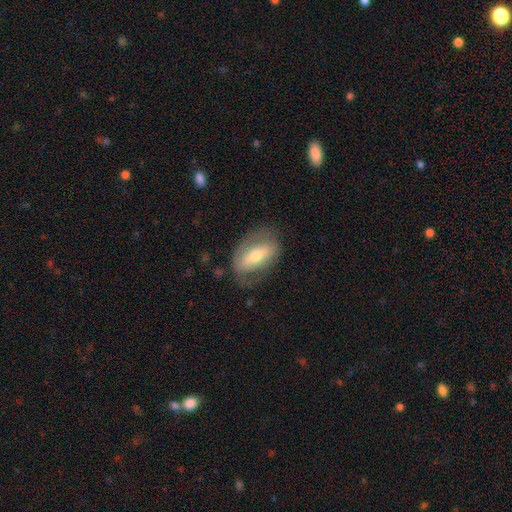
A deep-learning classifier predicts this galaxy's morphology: Smooth or featured: featured or disk — 52% (smooth — 41%)
Edge-on disk: no — 86% (yes — 14%)
Merging: none — 67% (minor disturbance — 21%)